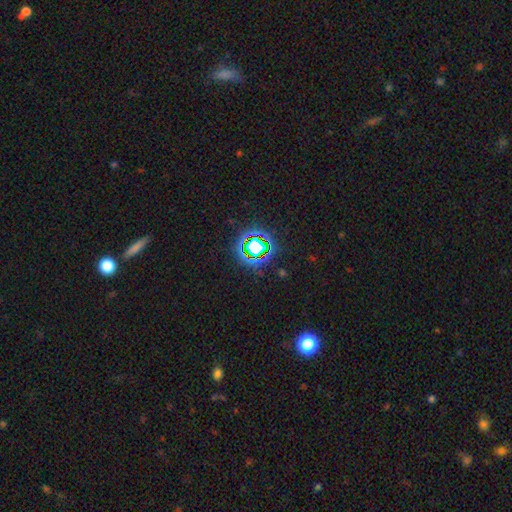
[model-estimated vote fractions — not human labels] Smooth or featured: star or artifact — 76% (smooth — 15%)